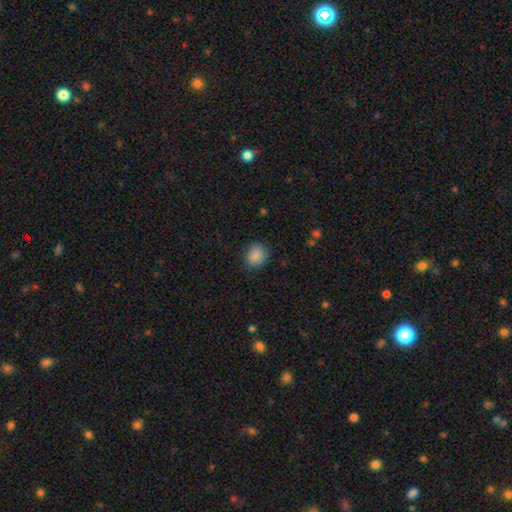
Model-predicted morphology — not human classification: type=smooth (88%); roundness=round (69%); merging=none (83%).